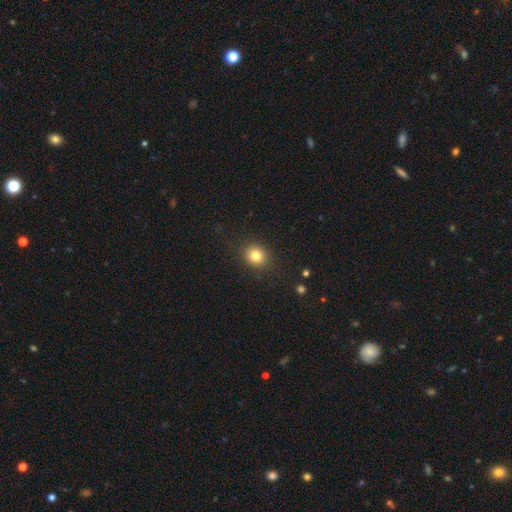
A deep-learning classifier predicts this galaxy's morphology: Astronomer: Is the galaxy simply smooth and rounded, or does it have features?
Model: smooth — 81%.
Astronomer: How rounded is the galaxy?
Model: round — 72%.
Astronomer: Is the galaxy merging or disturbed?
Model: none — 87%.